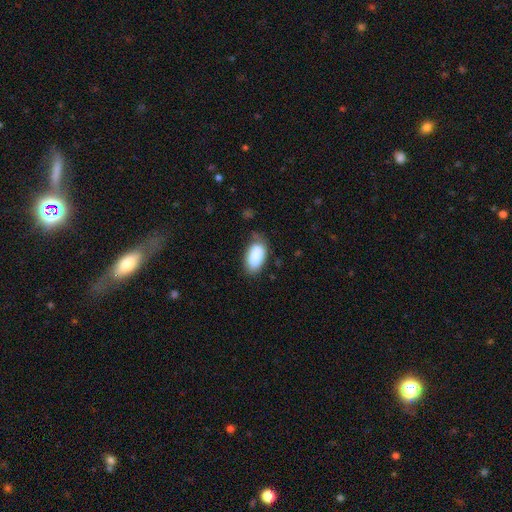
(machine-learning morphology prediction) smooth_or_featured: smooth (p=0.84) [alt: featured or disk p=0.09]
how_rounded: in between (p=0.93) [alt: round p=0.04]
merging: none (p=0.56) [alt: minor disturbance p=0.29]